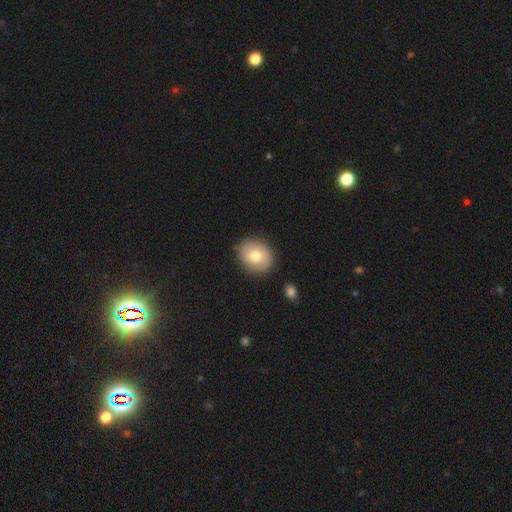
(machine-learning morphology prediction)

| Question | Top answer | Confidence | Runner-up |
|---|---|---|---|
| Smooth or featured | smooth | 74% | featured or disk (18%) |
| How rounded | round | 60% | in between (40%) |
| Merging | none | 87% | minor disturbance (9%) |